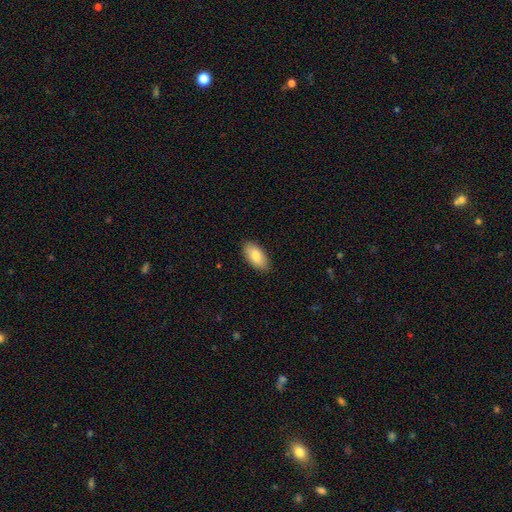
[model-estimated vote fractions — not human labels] Smooth or featured? Predicted: smooth (p=0.84). How rounded? Predicted: in between (p=0.94). Merging? Predicted: none (p=0.88).